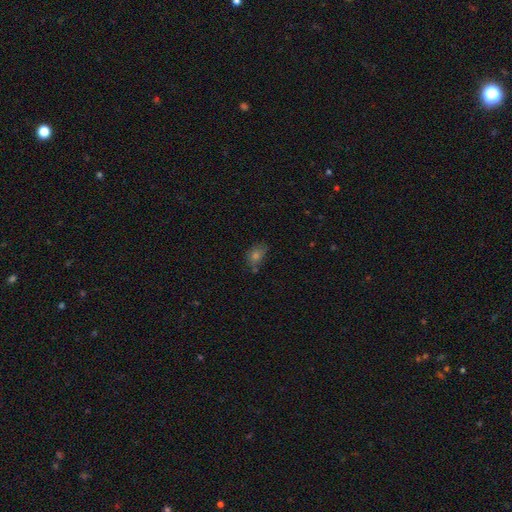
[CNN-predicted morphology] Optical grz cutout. It shows a smooth galaxy with no disk features (62%) that is in between round and cigar-shaped (64%). Merging: none (67%).